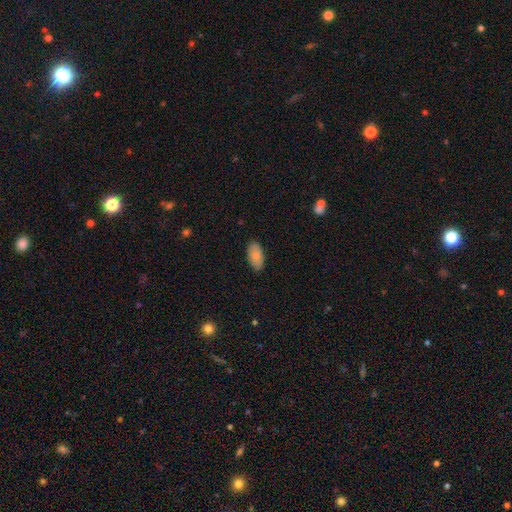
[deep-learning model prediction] The model was most divided on "smooth or featured": smooth: 79%, featured or disk: 15%, star or artifact: 6%. More confident: how rounded — in between (94%); merging — none (86%).